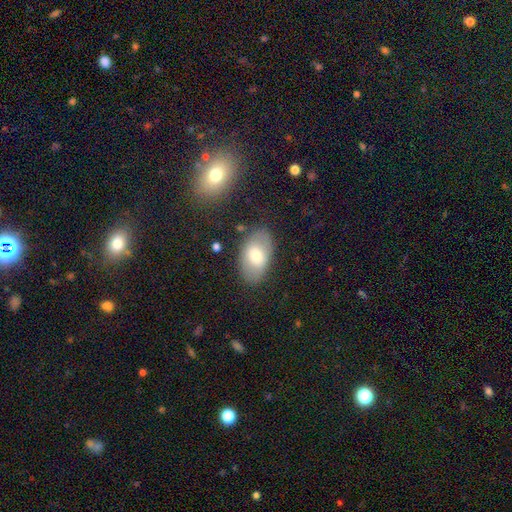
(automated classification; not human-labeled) Smooth or featured? smooth (65%)
How rounded? in between (92%)
Merging? none (81%)